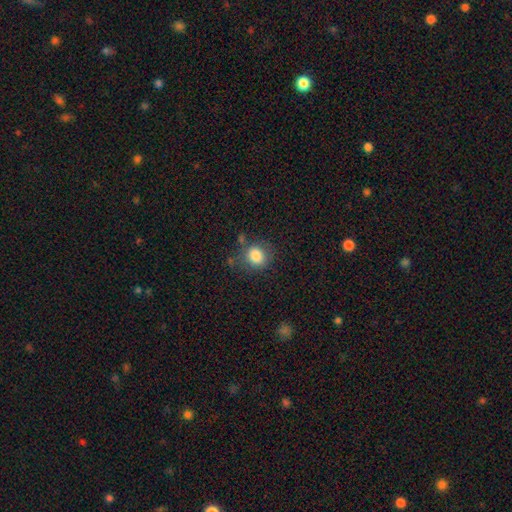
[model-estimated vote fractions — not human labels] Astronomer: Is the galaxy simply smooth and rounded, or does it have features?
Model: smooth — 84%.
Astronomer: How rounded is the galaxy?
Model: round — 74%.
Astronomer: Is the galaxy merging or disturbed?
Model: none — 72%.